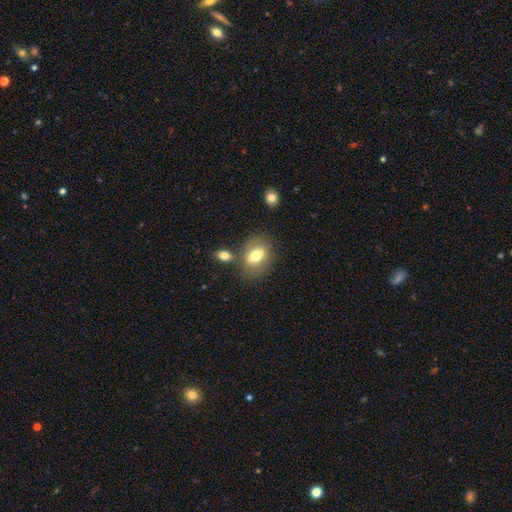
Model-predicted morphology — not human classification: smooth 68%, featured or disk 24%, star or artifact 8%. Down the decision tree: how rounded — in between (73%); merging — none (65%).